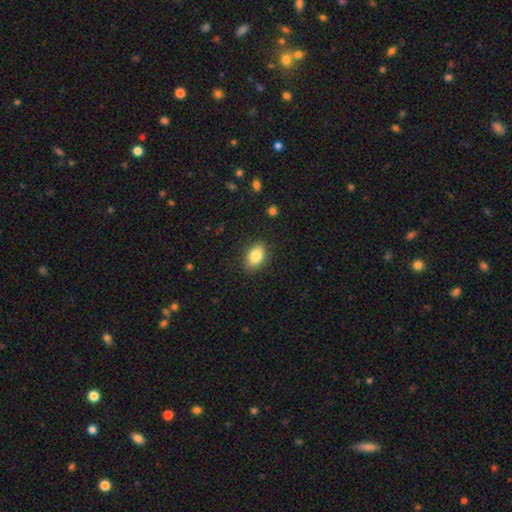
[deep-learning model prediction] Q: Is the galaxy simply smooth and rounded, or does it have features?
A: smooth — 83%.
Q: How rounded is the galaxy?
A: in between — 84%.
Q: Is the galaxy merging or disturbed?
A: none — 84%.